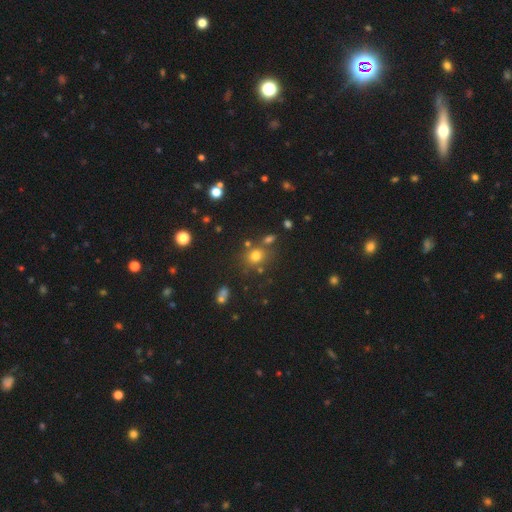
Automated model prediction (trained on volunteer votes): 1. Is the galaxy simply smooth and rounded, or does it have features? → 72% smooth, 19% star or artifact, 9% featured or disk.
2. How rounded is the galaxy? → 76% round, 23% in between, 1% cigar-shaped.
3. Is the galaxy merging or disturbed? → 71% none, 13% merger, 12% minor disturbance, 5% major disturbance.